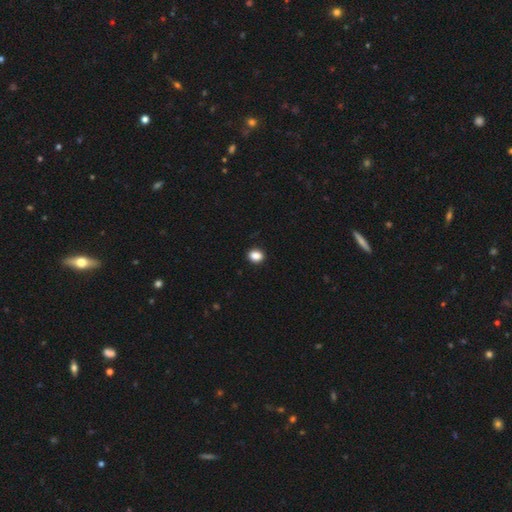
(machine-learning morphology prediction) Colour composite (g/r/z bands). It shows a smooth galaxy with no disk features (87%) that is round (50%). Merging: none (91%).